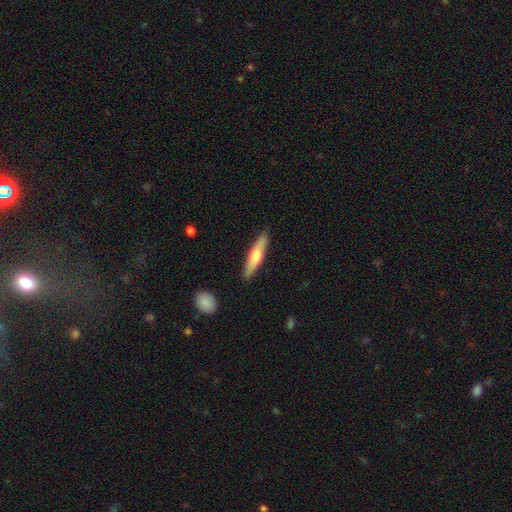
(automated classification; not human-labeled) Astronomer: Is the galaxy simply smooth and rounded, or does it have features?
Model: smooth — 56% (runner-up: featured or disk, 39%).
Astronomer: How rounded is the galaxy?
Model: cigar-shaped — 81%.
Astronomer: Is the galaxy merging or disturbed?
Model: none — 88%.